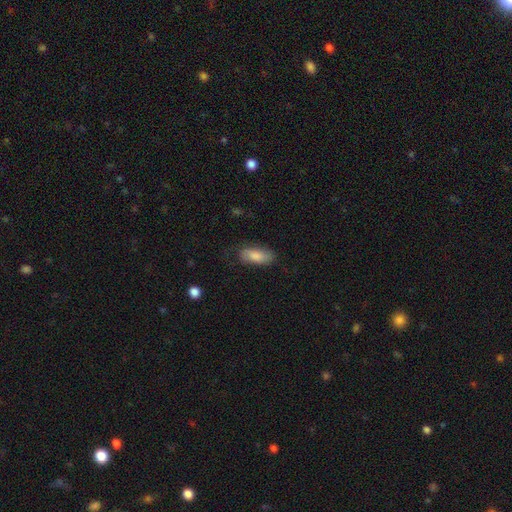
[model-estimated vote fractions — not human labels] Smooth or featured? Predicted: smooth (p=0.82). How rounded? Predicted: in between (p=0.84). Merging? Predicted: none (p=0.69).